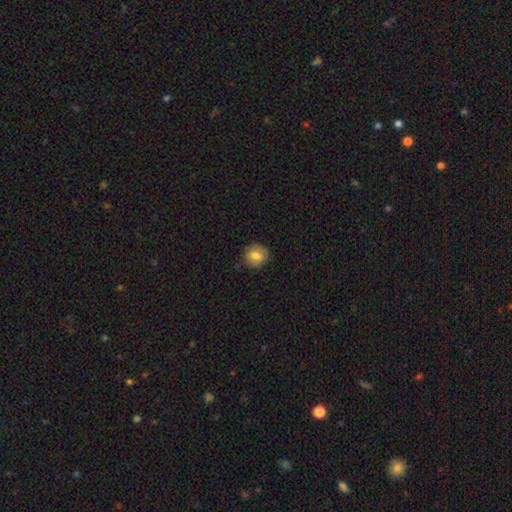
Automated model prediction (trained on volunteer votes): Smooth or featured? Predicted: smooth (p=0.78). How rounded? Predicted: round (p=0.81). Merging? Predicted: none (p=0.84).